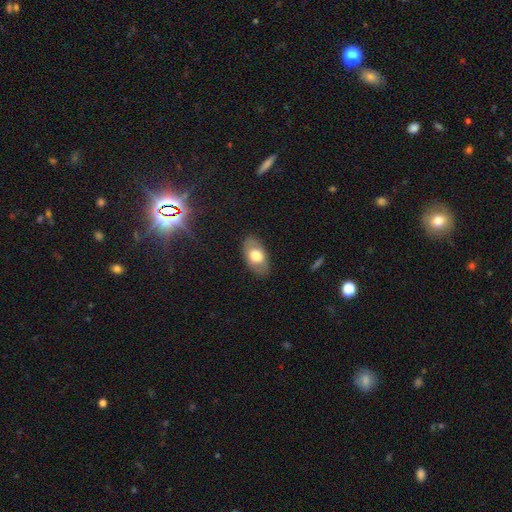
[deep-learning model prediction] This is likely a smooth galaxy (67%). How rounded: clearly in between (92%). Merging: clearly none (84%).